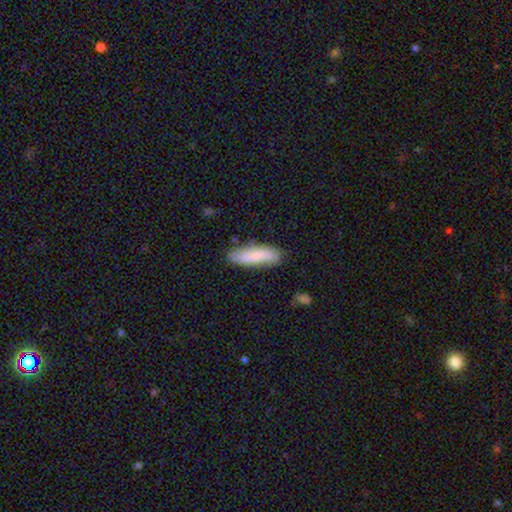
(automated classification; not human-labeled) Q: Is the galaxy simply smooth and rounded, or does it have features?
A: smooth — 68%.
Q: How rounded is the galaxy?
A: cigar-shaped — 51%.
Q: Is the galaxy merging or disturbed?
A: none — 78%.